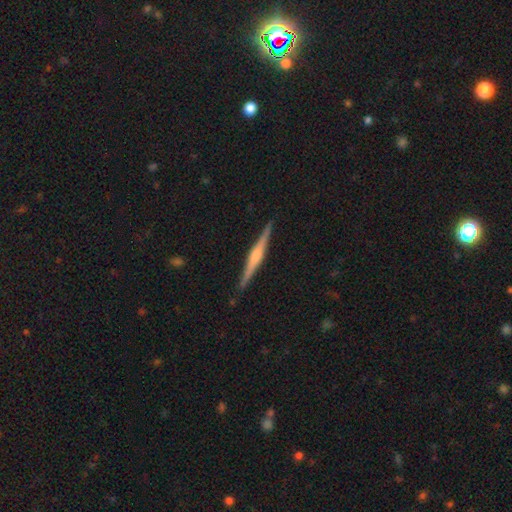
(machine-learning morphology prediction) Smooth or featured?
  - featured or disk: 76% *
  - smooth: 19%
  - star or artifact: 5%
Edge-on disk?
  - yes: 98% *
  - no: 2%
Edge-on bulge?
  - rounded: 66% *
  - boxy: 23%
  - none: 11%
Merging?
  - none: 91% *
  - minor disturbance: 6%
  - major disturbance: 1%
  - merger: 1%